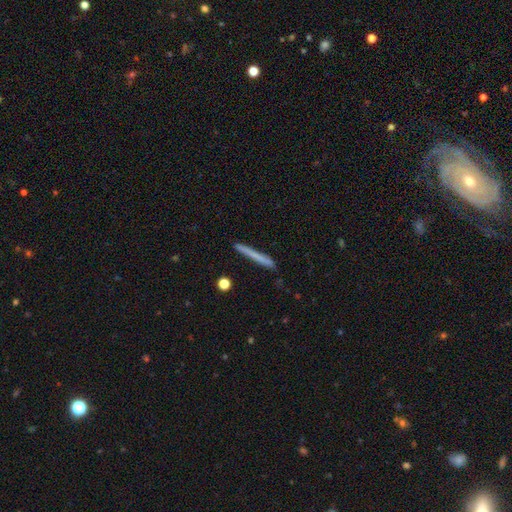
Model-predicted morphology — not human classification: Overall: smooth (66%; featured or disk 28%). How rounded: cigar-shaped (97%). Merging: none (90%).